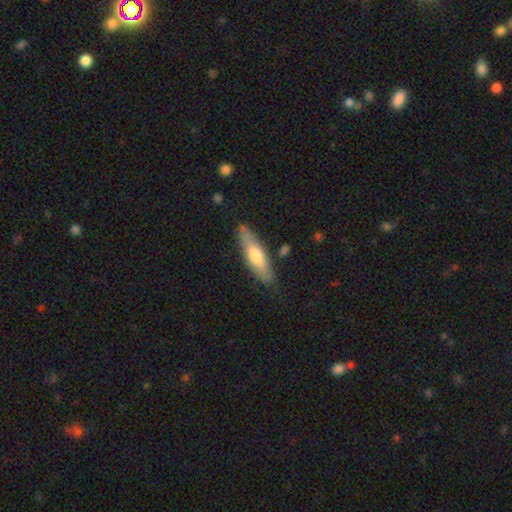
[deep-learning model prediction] The model was most divided on "smooth or featured": smooth: 60%, featured or disk: 35%, star or artifact: 5%. More confident: merging — none (82%); how rounded — cigar-shaped (66%).